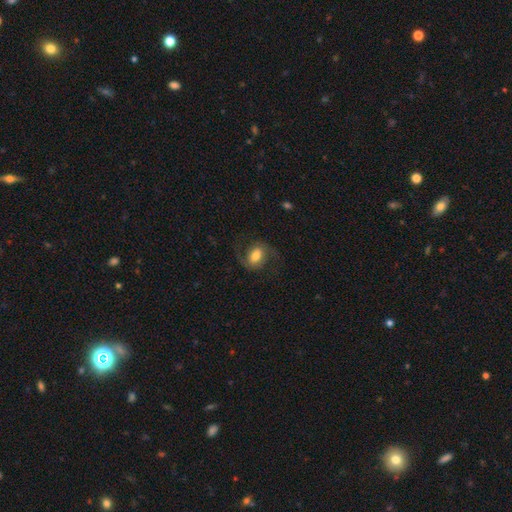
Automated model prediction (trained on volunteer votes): A featured or disk galaxy (61%) with a weak bar (44%), 2 (92%) loose (49%) spiral arms (92%) and a moderate central bulge (53%).

Vote fractions:
- Smooth or featured? featured or disk: 61% / smooth: 31% / star or artifact: 8%
- Edge-on disk? no: 97% / yes: 3%
- Bar? weak: 44% / no: 30% / strong: 26%
- Spiral arms? yes: 92% / no: 8%
- Spiral winding? loose: 49% / medium: 42% / tight: 9%
- Spiral arm count? 2: 92% / can't tell: 3% / 1: 2% / 3: 1% / 4: 1% / more than 4: 1%
- Bulge size? moderate: 53% / large: 26% / small: 15% / dominant: 4% / none: 3%
- Merging? none: 72% / minor disturbance: 15% / major disturbance: 12% / merger: 1%